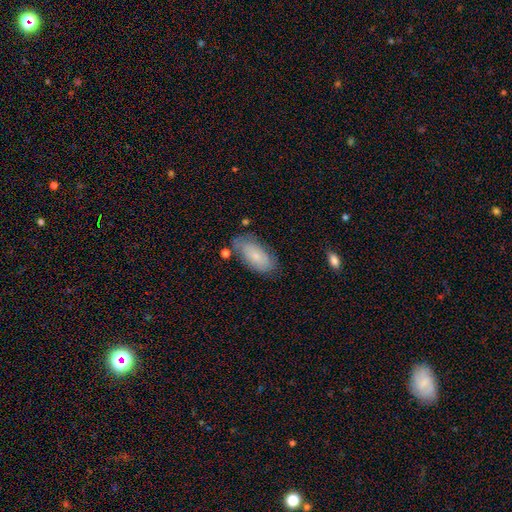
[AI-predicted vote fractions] A smooth galaxy with no disk features (70%) that is in between round and cigar-shaped (92%).

Vote fractions:
- Smooth or featured? smooth: 70% / featured or disk: 23% / star or artifact: 7%
- How rounded? in between: 92% / cigar-shaped: 6% / round: 2%
- Merging? none: 66% / minor disturbance: 23% / major disturbance: 6% / merger: 5%